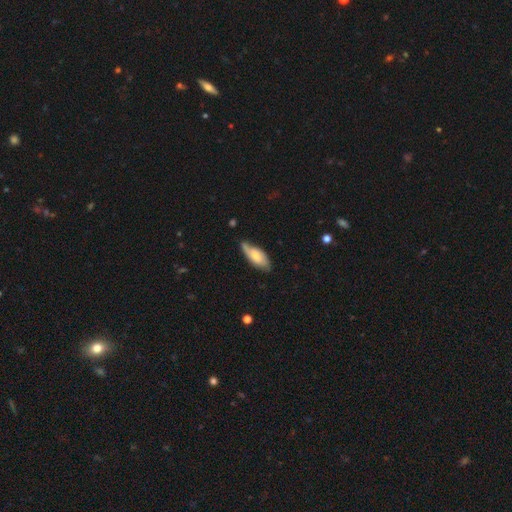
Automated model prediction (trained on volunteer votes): Q: Smooth or featured?
A: smooth (51%); runner-up: featured or disk (43%)
Q: How rounded?
A: in between (81%); runner-up: cigar-shaped (17%)
Q: Merging?
A: none (58%); runner-up: minor disturbance (32%)